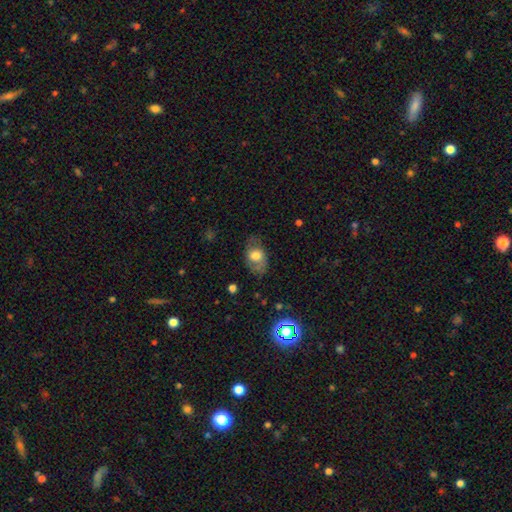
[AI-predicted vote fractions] Q: Smooth or featured?
A: smooth (61%); runner-up: featured or disk (30%)
Q: How rounded?
A: in between (79%); runner-up: round (19%)
Q: Merging?
A: none (62%); runner-up: minor disturbance (25%)